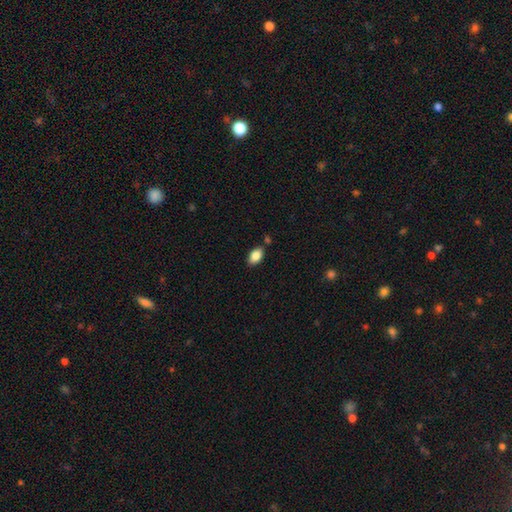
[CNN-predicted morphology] smooth 86%, star or artifact 8%, featured or disk 7%. Down the decision tree: how rounded — in between (91%); merging — none (79%).